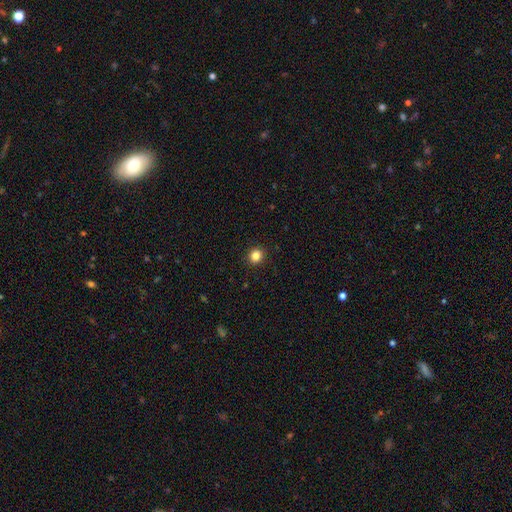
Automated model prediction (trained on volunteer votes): Smooth or featured?
  - smooth: 84% *
  - star or artifact: 12%
  - featured or disk: 4%
How rounded?
  - round: 84% *
  - in between: 15%
  - cigar-shaped: 1%
Merging?
  - none: 92% *
  - minor disturbance: 5%
  - major disturbance: 2%
  - merger: 1%